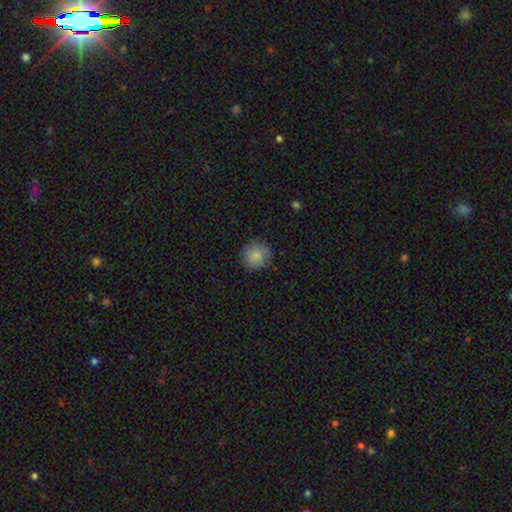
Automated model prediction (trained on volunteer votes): Morphology: type=smooth (85%); roundness=round (89%); merging=none (84%).